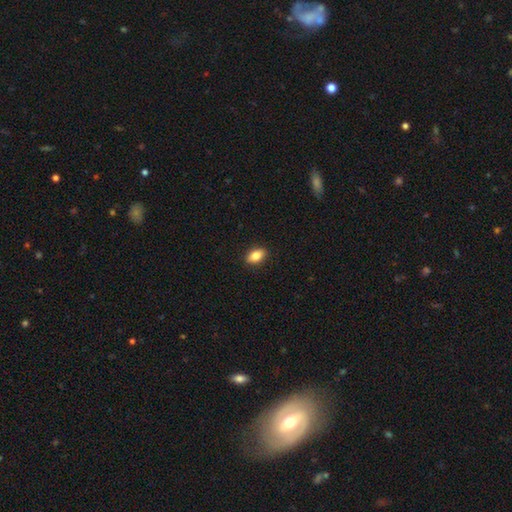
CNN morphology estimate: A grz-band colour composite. It shows a smooth galaxy with no disk features (84%) that is in between round and cigar-shaped (88%). Merging: none (89%).